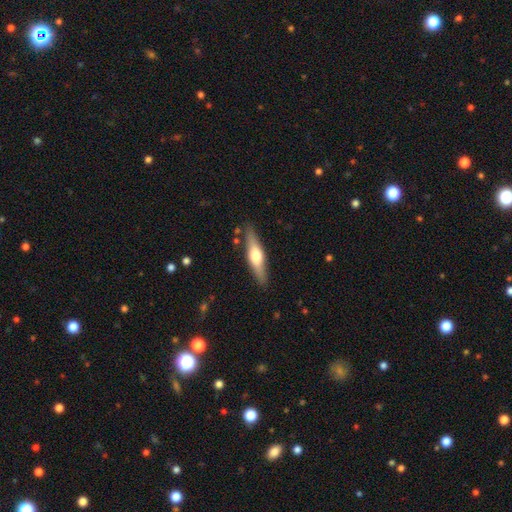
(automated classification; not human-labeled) This is possibly a featured or disk galaxy (56%). It is clearly viewed edge-on (94%). Edge-on bulge: clearly rounded (93%). Merging: clearly none (86%).